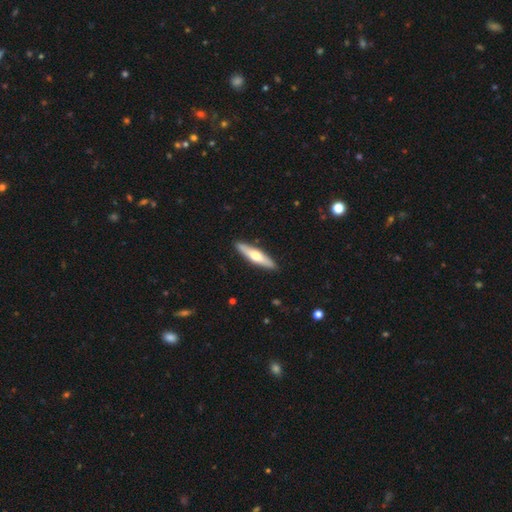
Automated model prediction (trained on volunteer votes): smooth_or_featured: smooth (p=0.49) [alt: featured or disk p=0.46]
merging: none (p=0.90) [alt: minor disturbance p=0.07]